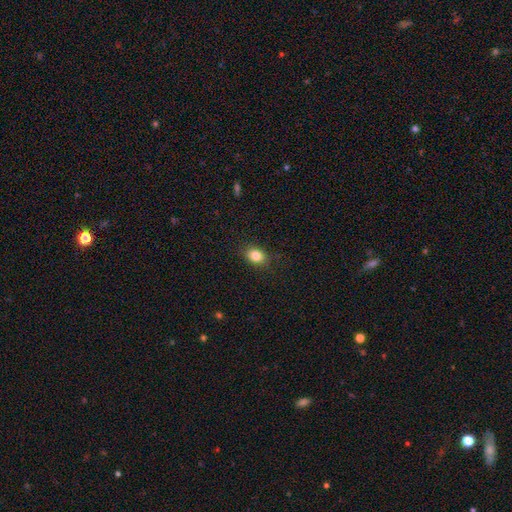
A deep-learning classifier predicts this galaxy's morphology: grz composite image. It shows a smooth galaxy with no disk features (84%) that is in between round and cigar-shaped (61%). Merging: none (85%).